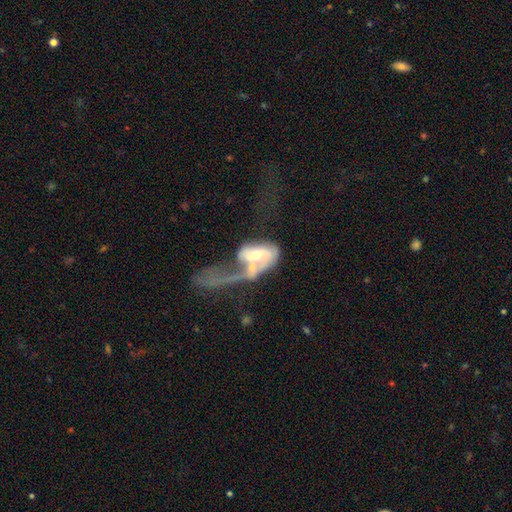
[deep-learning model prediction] A featured or disk galaxy (61%) with no bar (57%), spiral arms (56%) and a moderate central bulge (60%).

Vote fractions:
- Smooth or featured? featured or disk: 61% / smooth: 32% / star or artifact: 7%
- Edge-on disk? no: 94% / yes: 6%
- Bar? no: 57% / weak: 31% / strong: 12%
- Spiral arms? yes: 56% / no: 44%
- Bulge size? moderate: 60% / small: 26% / large: 9% / none: 4% / dominant: 2%
- Merging? merger: 51% / major disturbance: 36% / none: 8% / minor disturbance: 6%